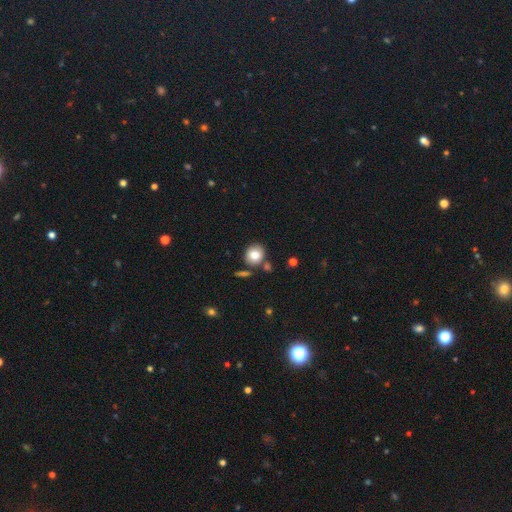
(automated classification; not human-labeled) This is likely a smooth galaxy (79%). How rounded: clearly round (81%). Merging: likely none (76%).